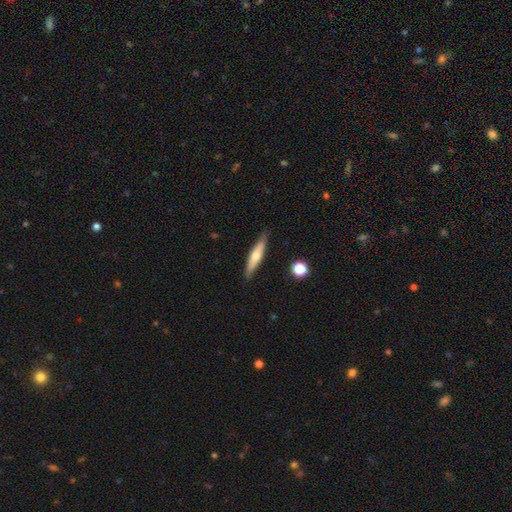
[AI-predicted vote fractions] featured or disk 47% (tied), smooth 47% (tied), star or artifact 6%. Down the decision tree: merging — none (86%).